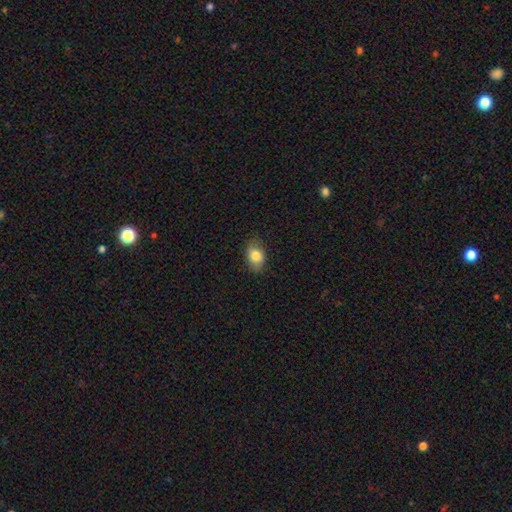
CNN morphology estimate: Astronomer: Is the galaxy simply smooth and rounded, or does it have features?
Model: smooth — 81%.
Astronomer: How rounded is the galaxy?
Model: in between — 84%.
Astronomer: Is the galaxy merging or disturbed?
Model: none — 82%.